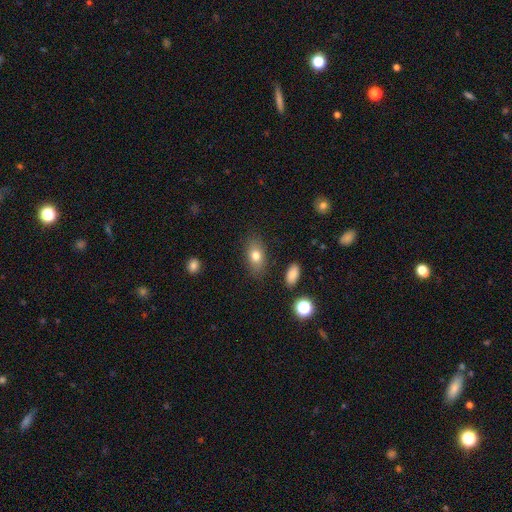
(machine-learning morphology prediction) Smooth or featured: smooth — 77% (featured or disk — 14%)
How rounded: in between — 85% (round — 12%)
Merging: none — 84% (minor disturbance — 11%)